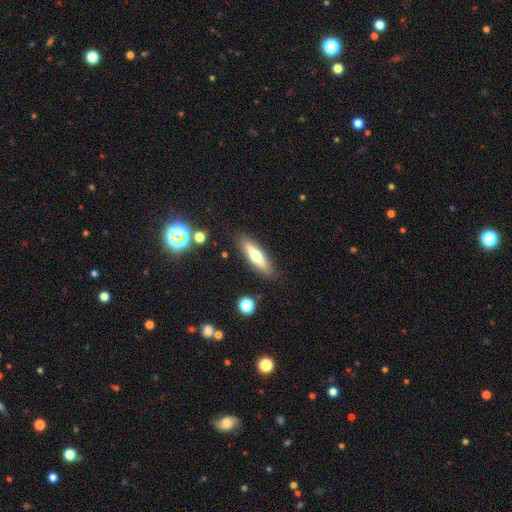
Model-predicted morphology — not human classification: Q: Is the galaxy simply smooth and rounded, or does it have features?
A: smooth — 49%.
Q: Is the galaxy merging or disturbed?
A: none — 87%.